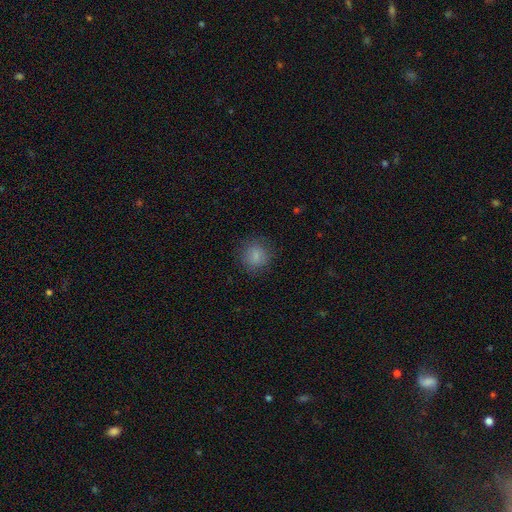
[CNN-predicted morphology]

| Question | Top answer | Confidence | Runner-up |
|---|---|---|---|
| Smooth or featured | smooth | 82% | star or artifact (10%) |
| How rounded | round | 85% | in between (14%) |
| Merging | none | 82% | minor disturbance (12%) |